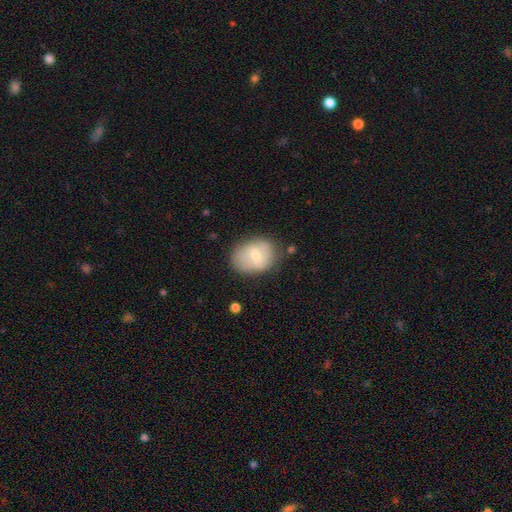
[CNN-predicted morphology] smooth 62%, featured or disk 30%, star or artifact 8%. Down the decision tree: how rounded — in between (66%); merging — none (69%).